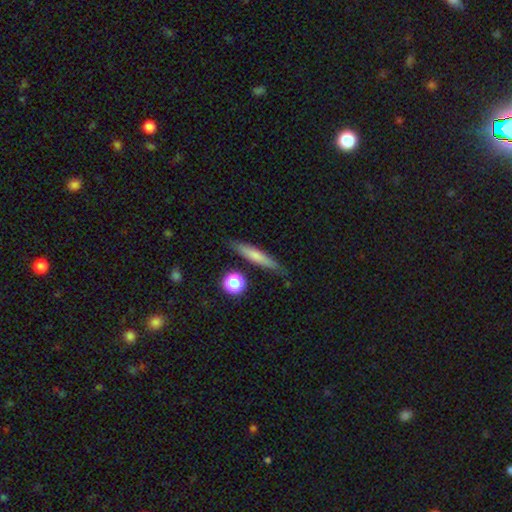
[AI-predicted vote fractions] smooth 67%, featured or disk 25%, star or artifact 8%. Down the decision tree: how rounded — cigar-shaped (87%); merging — none (82%).